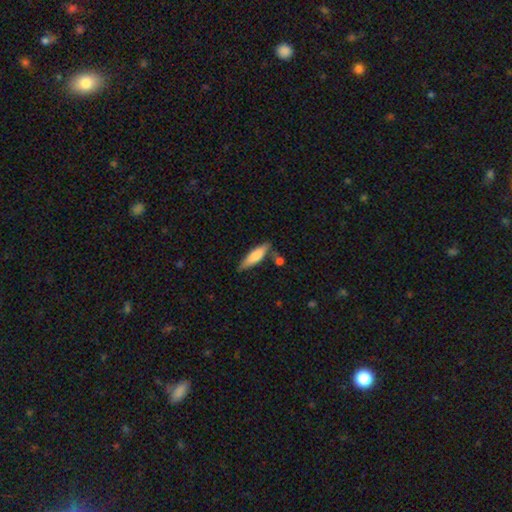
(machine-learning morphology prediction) A smooth galaxy with no disk features (69%) that is cigar-shaped (66%).

Vote fractions:
- Smooth or featured? smooth: 69% / featured or disk: 26% / star or artifact: 6%
- How rounded? cigar-shaped: 66% / in between: 32% / round: 2%
- Merging? none: 72% / minor disturbance: 16% / merger: 8% / major disturbance: 4%